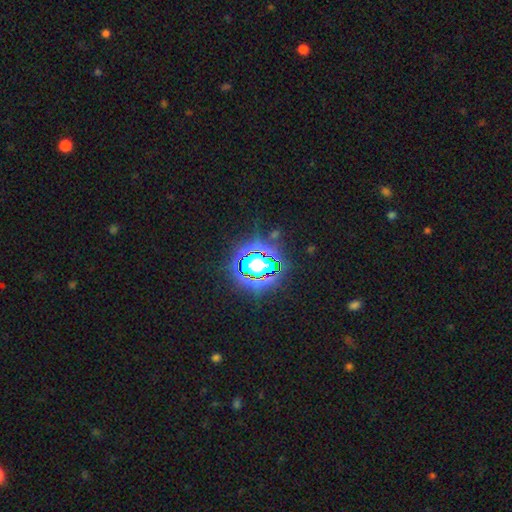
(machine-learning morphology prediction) This appears to be a star or artifact, not a galaxy (82%).